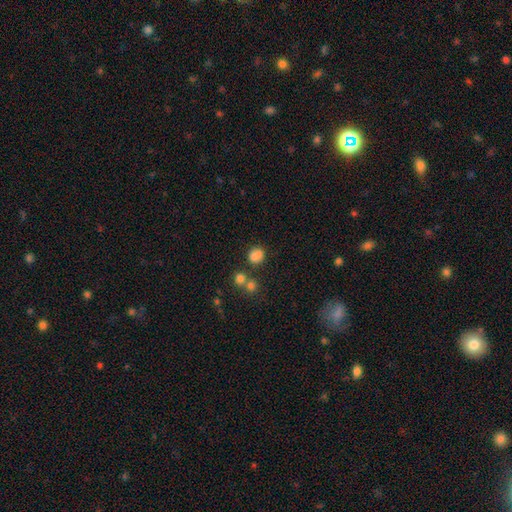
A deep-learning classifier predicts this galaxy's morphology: This is likely a smooth galaxy (78%). How rounded: likely round (75%). Merging: likely none (60%).